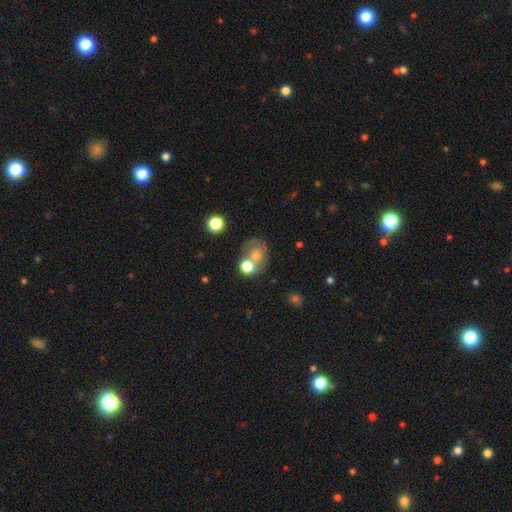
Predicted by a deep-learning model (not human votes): Smooth or featured?
  - smooth: 56% *
  - featured or disk: 29%
  - star or artifact: 15%
How rounded?
  - round: 63% *
  - in between: 36%
  - cigar-shaped: 1%
Merging?
  - none: 41% *
  - merger: 36%
  - minor disturbance: 14%
  - major disturbance: 10%